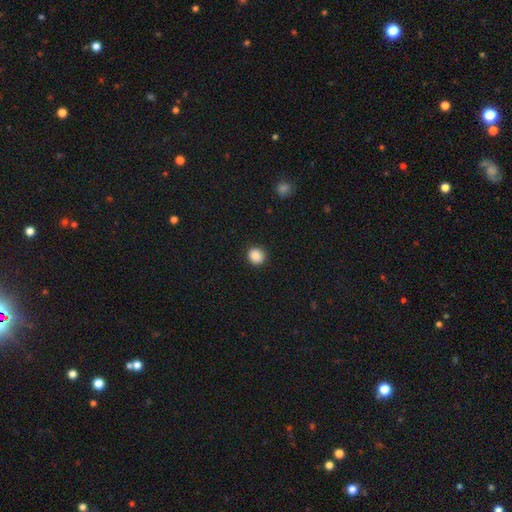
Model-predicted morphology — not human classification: A smooth galaxy with no disk features (88%) that is round (91%).

Vote fractions:
- Smooth or featured? smooth: 88% / star or artifact: 9% / featured or disk: 3%
- How rounded? round: 91% / in between: 8% / cigar-shaped: 1%
- Merging? none: 92% / minor disturbance: 5% / major disturbance: 2% / merger: 1%